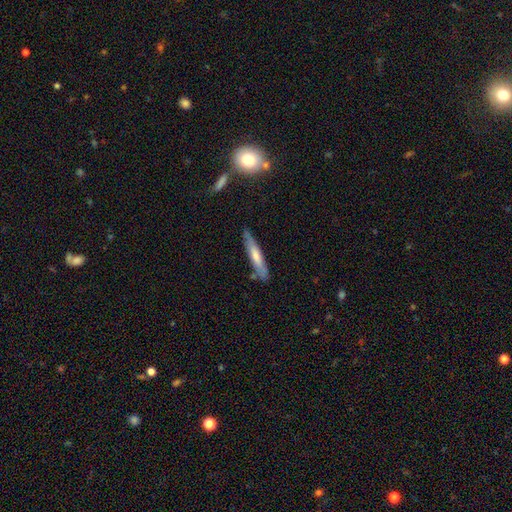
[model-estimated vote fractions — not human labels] Morphology: type=featured or disk (53%); edge-on=yes (85%); merging=none (80%).